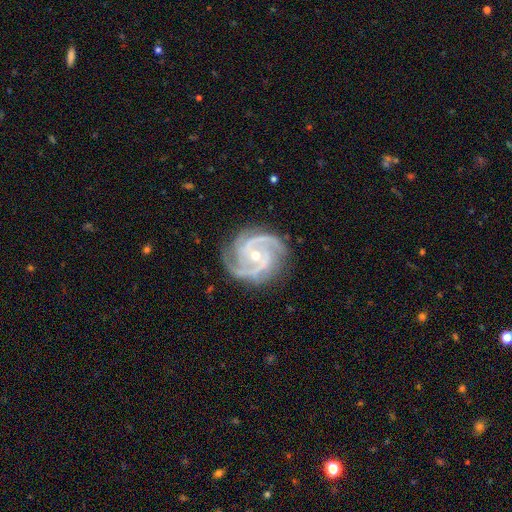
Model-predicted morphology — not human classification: Smooth or featured? featured or disk (94%)
Edge-on disk? no (98%)
Bar? no (57%)
Spiral arms? yes (99%)
Spiral winding? tight (50%)
Spiral arm count? 3 (47%)
Bulge size? small (59%)
Merging? none (80%)